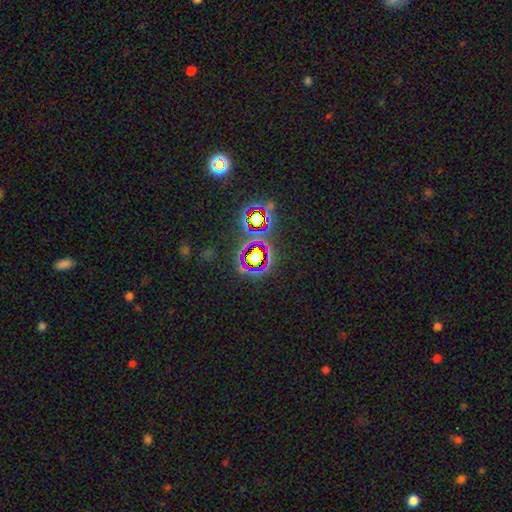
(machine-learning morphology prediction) Q: Smooth or featured?
A: star or artifact (71%); runner-up: smooth (17%)